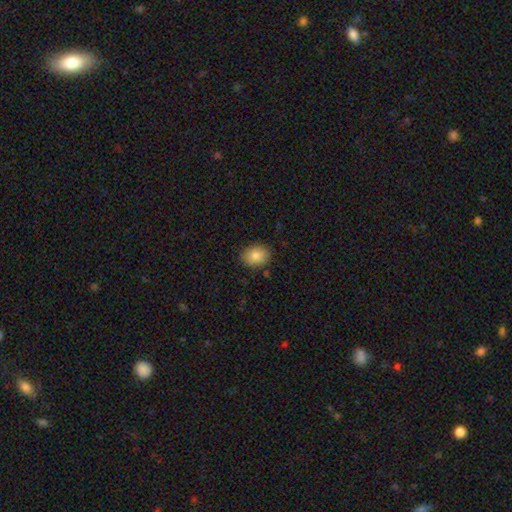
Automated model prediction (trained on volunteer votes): Smooth or featured? smooth (84%)
How rounded? in between (56%)
Merging? none (86%)